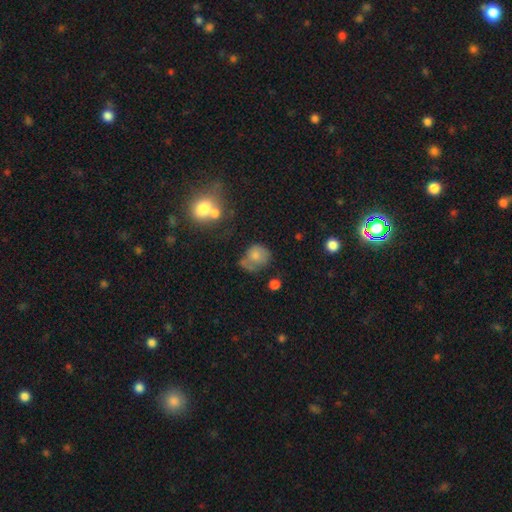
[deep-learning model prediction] smooth_or_featured: smooth (p=0.70) [alt: featured or disk p=0.19]
how_rounded: round (p=0.64) [alt: in between p=0.35]
merging: none (p=0.37) [alt: minor disturbance p=0.30]